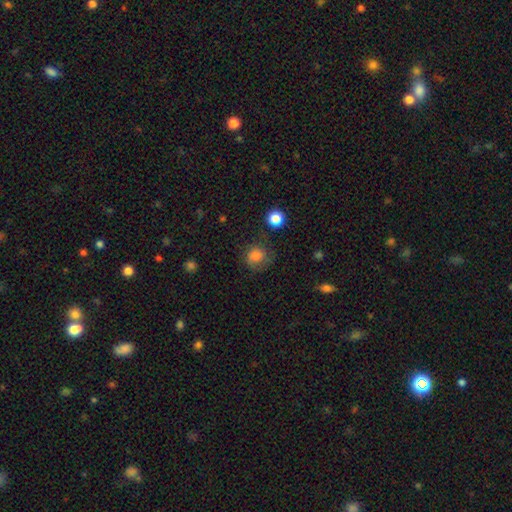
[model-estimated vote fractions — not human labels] Smooth or featured? smooth (76%)
How rounded? round (84%)
Merging? none (65%)